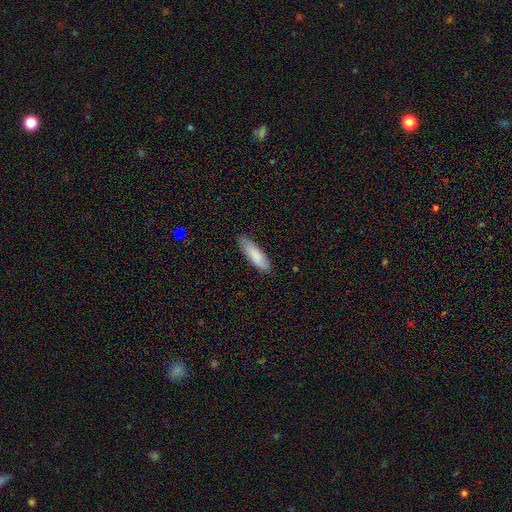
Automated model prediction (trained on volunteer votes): smooth 84%, featured or disk 11%, star or artifact 5%. Down the decision tree: how rounded — cigar-shaped (57%); merging — none (83%).